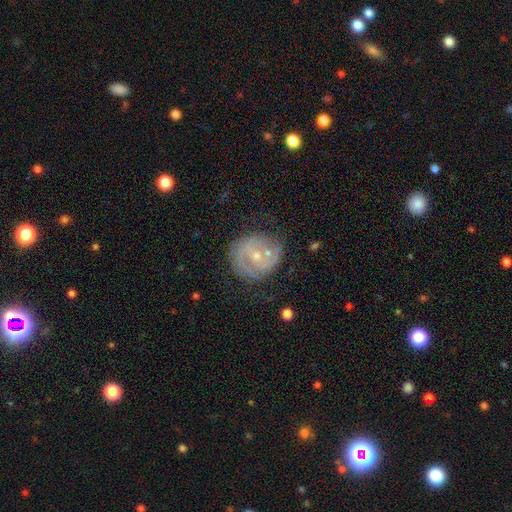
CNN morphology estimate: A featured or disk galaxy (81%) with no bar (55%), 2 (55%) tight (55%) spiral arms (90%) and a small central bulge (59%). Merging: none (68%).